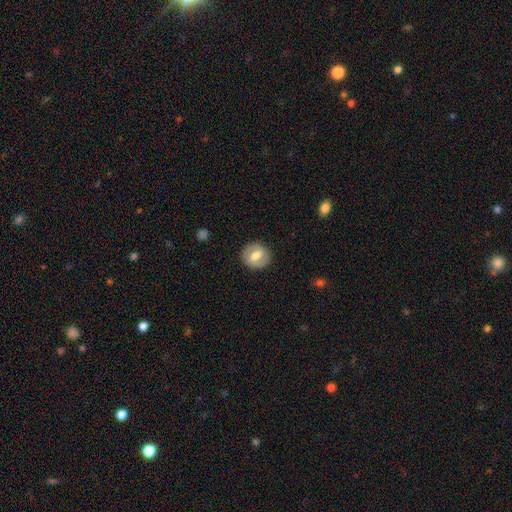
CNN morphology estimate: Q: Smooth or featured?
A: smooth (48%); runner-up: featured or disk (45%)
Q: Merging?
A: none (85%); runner-up: minor disturbance (10%)